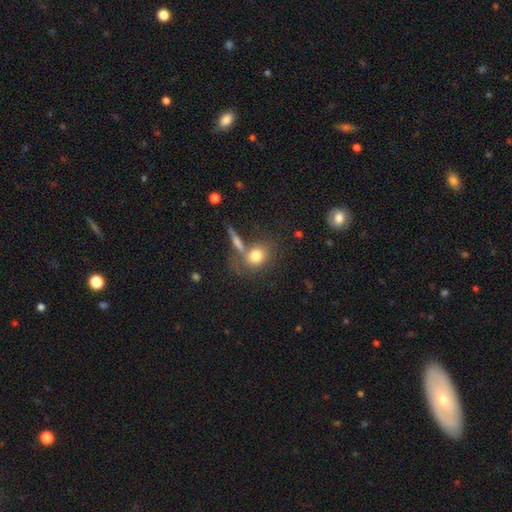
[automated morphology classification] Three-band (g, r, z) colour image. It shows a smooth galaxy with no disk features (77%) that is round (61%). Merging: none (55%).